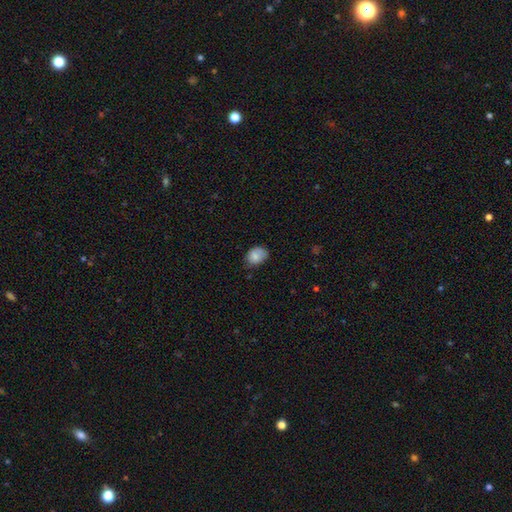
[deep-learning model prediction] Smooth or featured? smooth (81%)
How rounded? in between (65%)
Merging? none (60%)